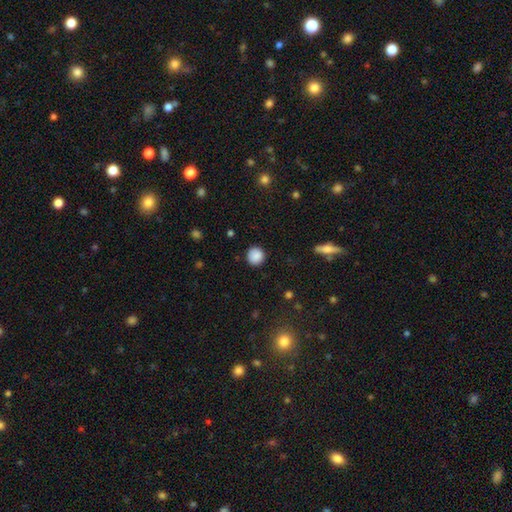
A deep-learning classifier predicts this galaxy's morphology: A smooth galaxy with no disk features (88%) that is round (93%). Merging: none (89%).